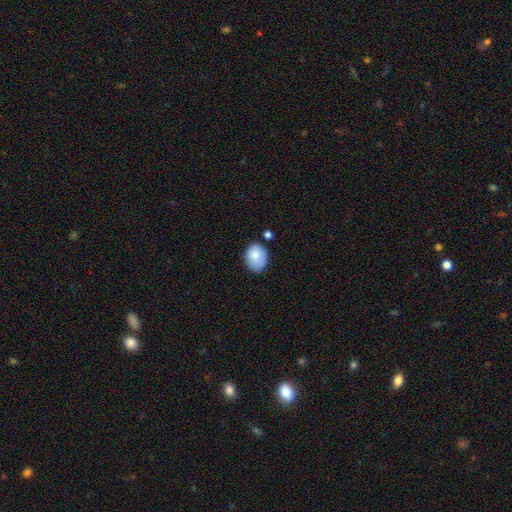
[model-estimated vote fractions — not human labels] smooth 84%, featured or disk 9%, star or artifact 7%. Down the decision tree: how rounded — in between (56%); merging — none (66%).